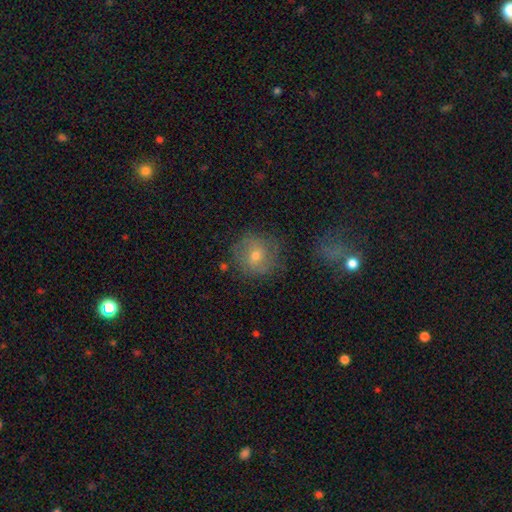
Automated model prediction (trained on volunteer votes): A smooth galaxy with no disk features (46%). Merging: none (74%).